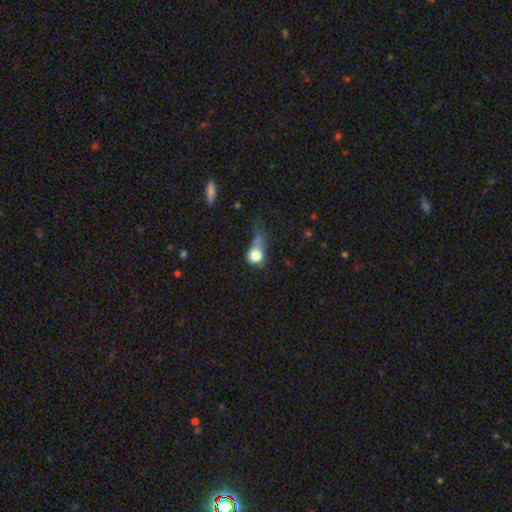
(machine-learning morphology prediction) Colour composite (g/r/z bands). It shows a smooth galaxy with no disk features (78%) that is round (74%). Merging: major disturbance (32%).